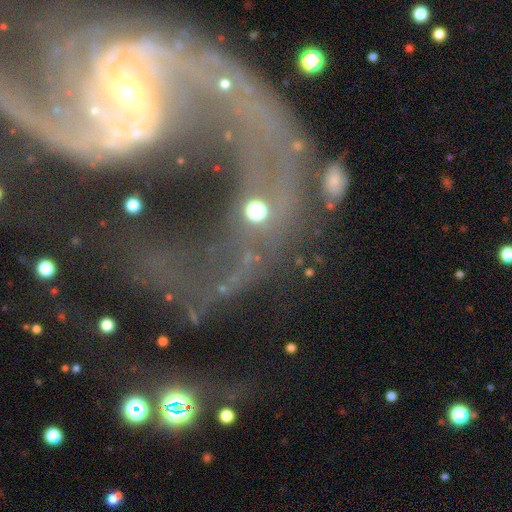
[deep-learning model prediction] The model was most divided on "bulge size": small: 41%, moderate: 39%, none: 9%, large: 7%, dominant: 4%. Remaining: edge-on disk — no (92%); spiral arms — yes (67%); smooth or featured — featured or disk (64%); bar — no (50%); merging — major disturbance (34%).